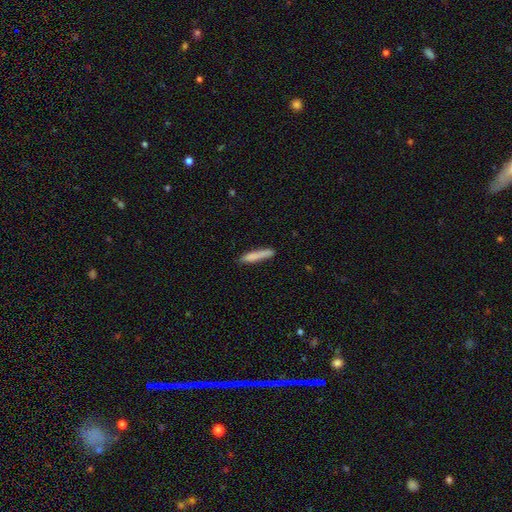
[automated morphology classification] This appears to be a smooth galaxy with no disk features (81%) that is cigar-shaped (92%). Merging: none (78%).